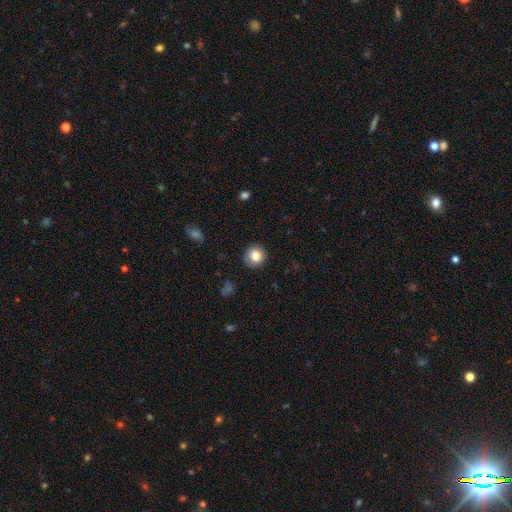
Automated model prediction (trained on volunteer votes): Q: Smooth or featured?
A: smooth (82%); runner-up: star or artifact (9%)
Q: How rounded?
A: round (90%); runner-up: in between (9%)
Q: Merging?
A: none (87%); runner-up: minor disturbance (9%)